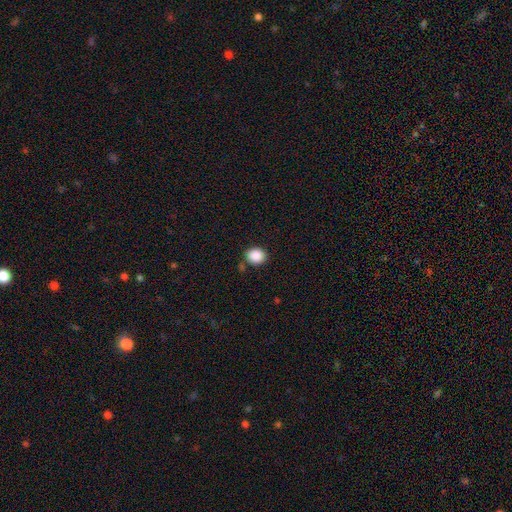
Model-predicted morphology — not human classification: smooth_or_featured: smooth (p=0.88) [alt: star or artifact p=0.09]
how_rounded: round (p=0.64) [alt: in between p=0.35]
merging: none (p=0.83) [alt: minor disturbance p=0.10]